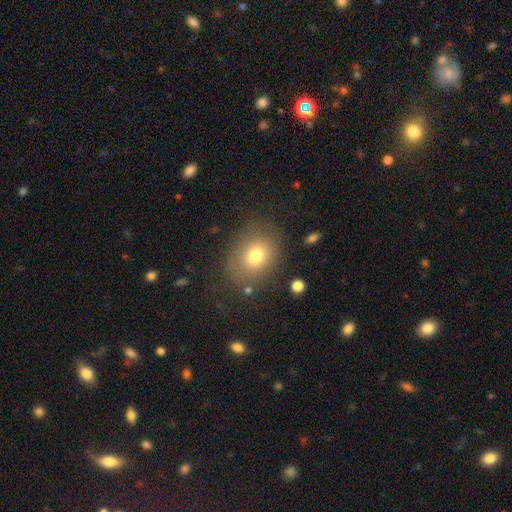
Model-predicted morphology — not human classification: Smooth or featured?
  - smooth: 74% *
  - featured or disk: 14%
  - star or artifact: 13%
How rounded?
  - in between: 52% *
  - round: 47%
  - cigar-shaped: 1%
Merging?
  - none: 75% *
  - minor disturbance: 15%
  - major disturbance: 8%
  - merger: 3%